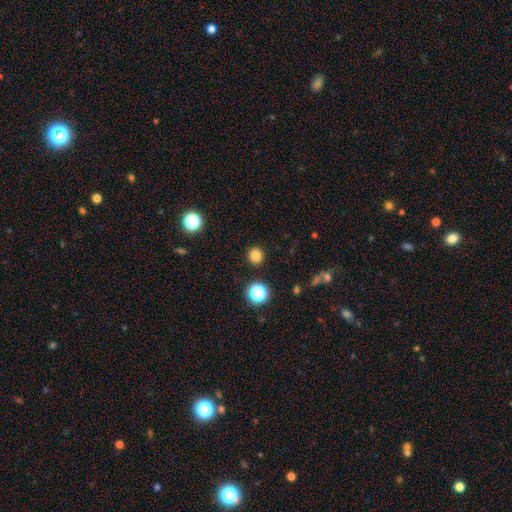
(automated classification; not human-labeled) This is clearly a smooth galaxy (82%). How rounded: clearly round (91%). Merging: clearly none (91%).